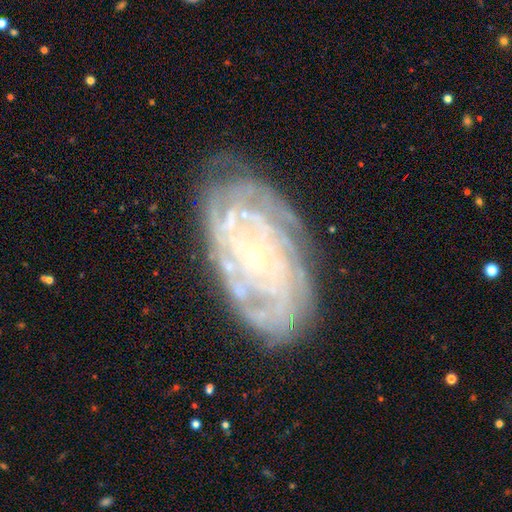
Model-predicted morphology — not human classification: Overall: featured or disk (84%). Edge-on disk: no (95%). Bar: no (78%). Spiral arms: yes (95%). Spiral arm count: can't tell (35%; 4 20%). Spiral winding: tight (81%). Bulge size: small (87%). Merging: none (74%).